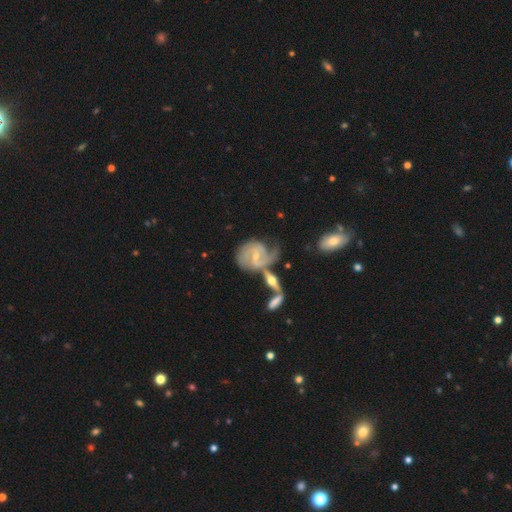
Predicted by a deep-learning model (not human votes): Smooth or featured? featured or disk (85%)
Edge-on disk? no (95%)
Bar? weak (46%)
Spiral arms? yes (94%)
Spiral winding? medium (44%)
Spiral arm count? 2 (54%)
Bulge size? small (64%)
Merging? none (33%)